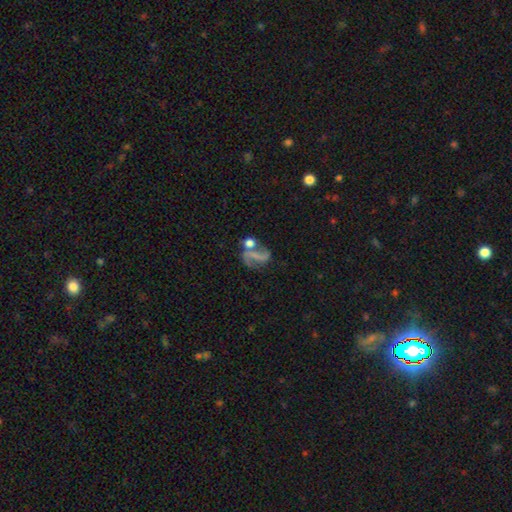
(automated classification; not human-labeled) This is likely a featured or disk galaxy (66%). It is clearly not viewed edge-on (97%). Bar: marginally no (39%). Spiral arm pattern: clearly yes (82%). Spiral arm count: likely 2 (79%). Spiral winding: likely loose (69%). Central bulge: possibly none (57%). Merging: marginally none (37%).